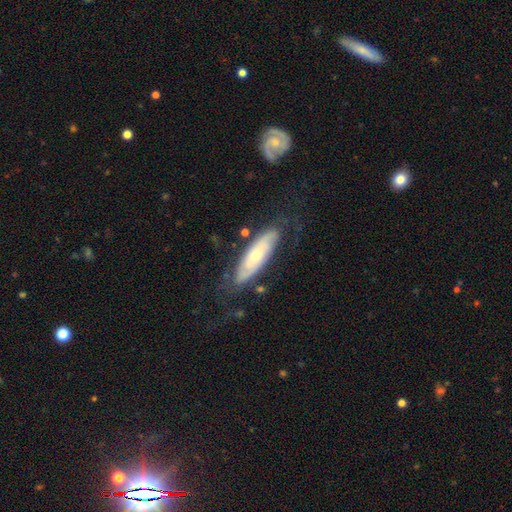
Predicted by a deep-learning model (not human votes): Smooth or featured?
  - featured or disk: 61% *
  - smooth: 32%
  - star or artifact: 6%
Edge-on disk?
  - no: 76% *
  - yes: 24%
Merging?
  - none: 70% *
  - minor disturbance: 19%
  - major disturbance: 9%
  - merger: 2%